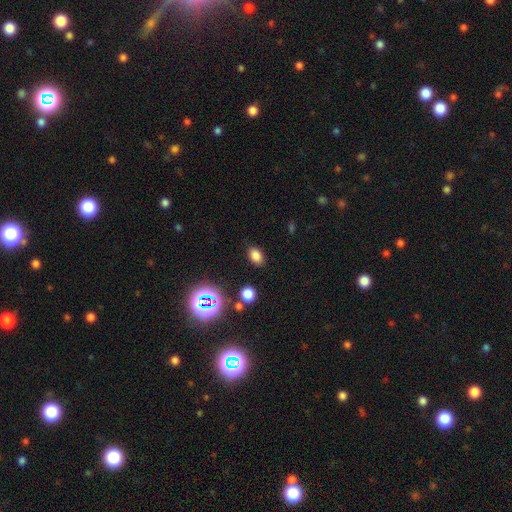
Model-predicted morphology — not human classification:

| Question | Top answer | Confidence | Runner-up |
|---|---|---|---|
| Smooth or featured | smooth | 77% | star or artifact (18%) |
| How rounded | in between | 84% | round (15%) |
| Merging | none | 86% | minor disturbance (9%) |